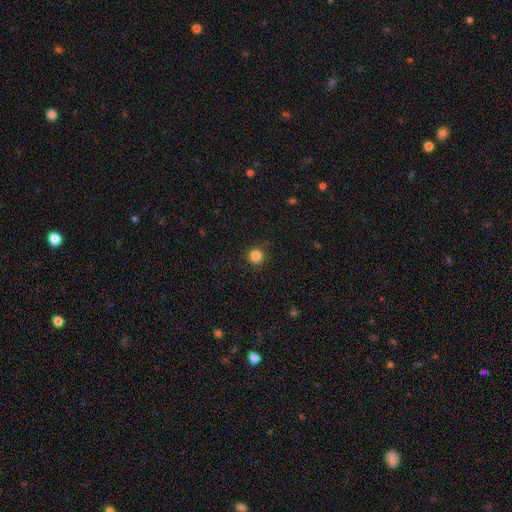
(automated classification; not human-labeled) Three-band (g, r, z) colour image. It shows a smooth galaxy with no disk features (85%) that is round (95%). Merging: none (90%).